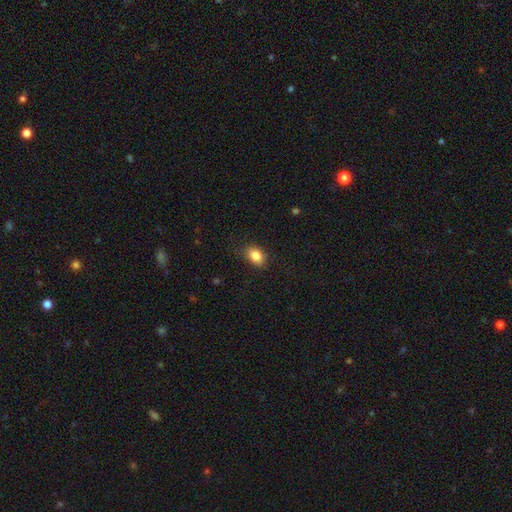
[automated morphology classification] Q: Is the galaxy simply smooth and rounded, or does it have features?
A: smooth — 85%.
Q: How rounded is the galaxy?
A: in between — 80%.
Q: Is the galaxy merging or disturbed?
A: none — 83%.